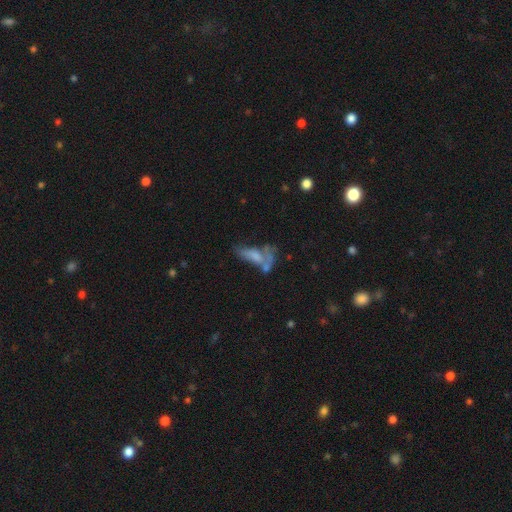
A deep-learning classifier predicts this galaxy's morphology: This is possibly a smooth galaxy (51%). How rounded: likely in between (69%). Merging: marginally merger (36%).